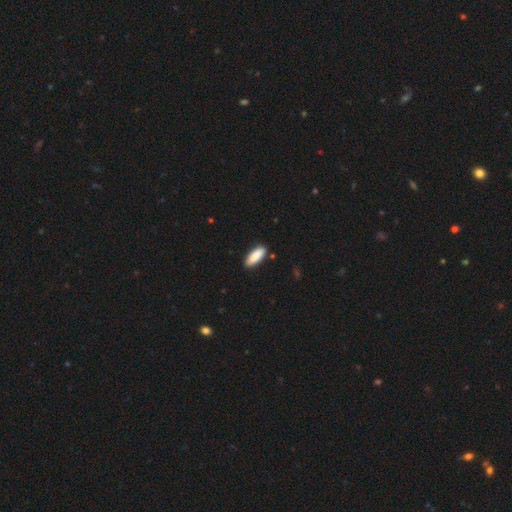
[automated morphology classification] This is clearly a smooth galaxy (90%). How rounded: likely in between (71%). Merging: clearly none (87%).